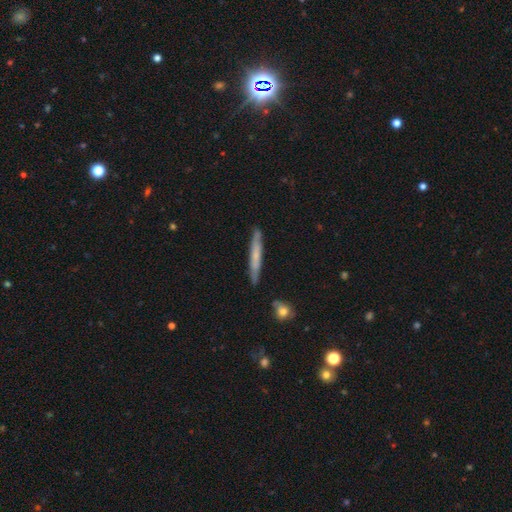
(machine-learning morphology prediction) smooth 54%, featured or disk 40%, star or artifact 6%. Down the decision tree: how rounded — cigar-shaped (96%); merging — none (86%).